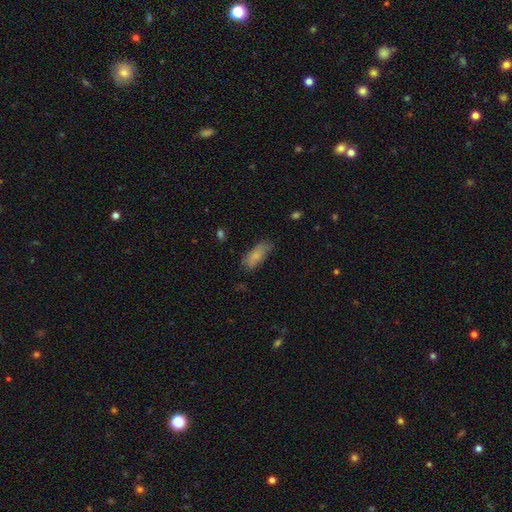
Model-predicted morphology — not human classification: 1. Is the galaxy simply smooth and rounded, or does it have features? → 81% smooth, 12% featured or disk, 7% star or artifact.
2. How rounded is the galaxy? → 78% in between, 20% cigar-shaped, 2% round.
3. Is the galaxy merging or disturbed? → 70% none, 23% minor disturbance, 6% major disturbance, 2% merger.